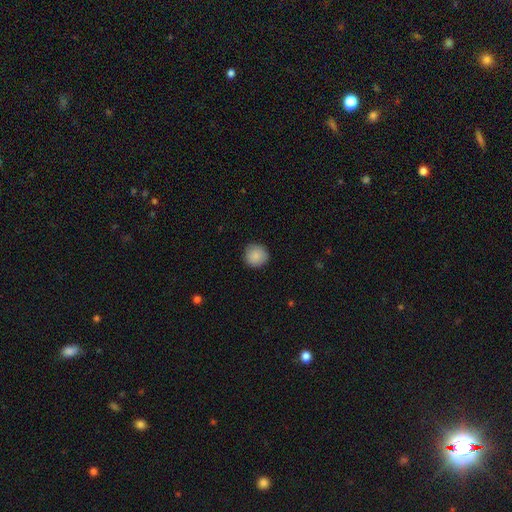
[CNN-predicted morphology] Overall: smooth (88%). How rounded: round (94%). Merging: none (89%).